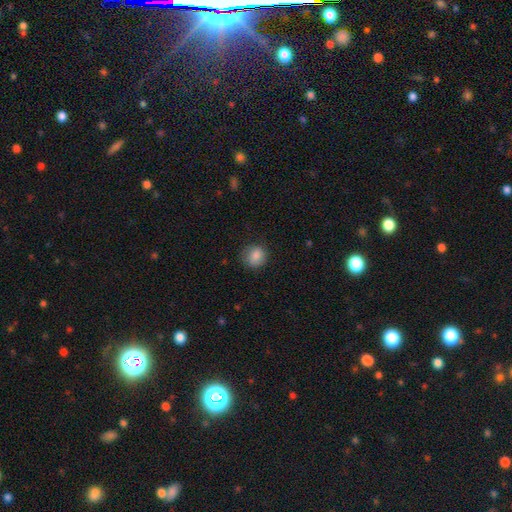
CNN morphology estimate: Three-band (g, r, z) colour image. It shows a smooth galaxy with no disk features (86%) that is round (82%). Merging: none (79%).